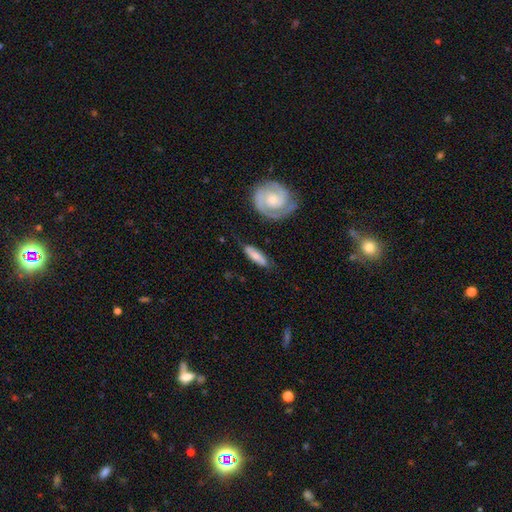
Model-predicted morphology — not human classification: Smooth or featured: smooth — 56% (featured or disk — 38%)
How rounded: cigar-shaped — 59% (in between — 38%)
Merging: none — 70% (minor disturbance — 19%)